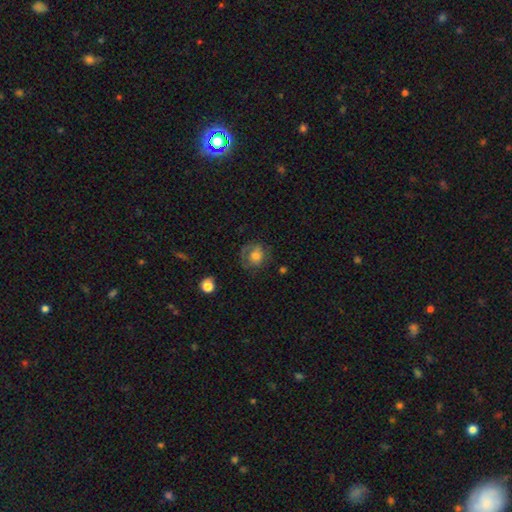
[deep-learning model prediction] Q: Smooth or featured?
A: smooth (57%); runner-up: featured or disk (34%)
Q: How rounded?
A: round (77%); runner-up: in between (22%)
Q: Merging?
A: none (58%); runner-up: minor disturbance (22%)